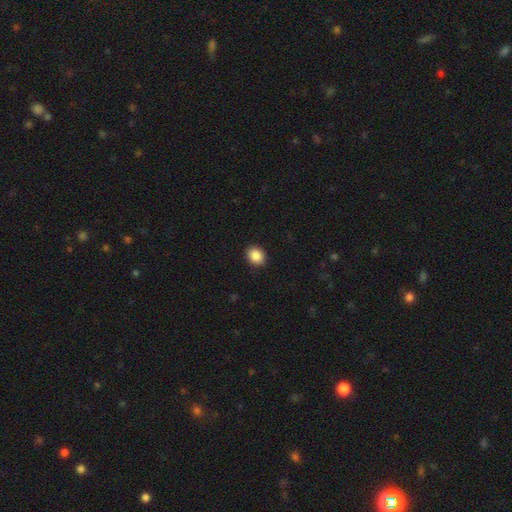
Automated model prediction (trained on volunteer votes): Smooth or featured? Predicted: smooth (p=0.88). How rounded? Predicted: in between (p=0.50). Merging? Predicted: none (p=0.91).